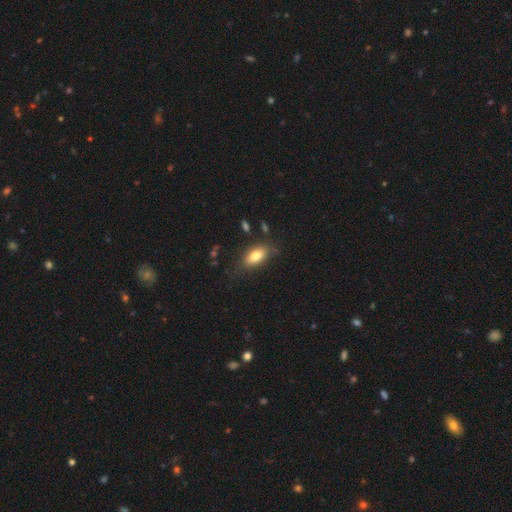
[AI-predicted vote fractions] Morphology: type=smooth (78%); roundness=in between (87%); merging=none (72%).